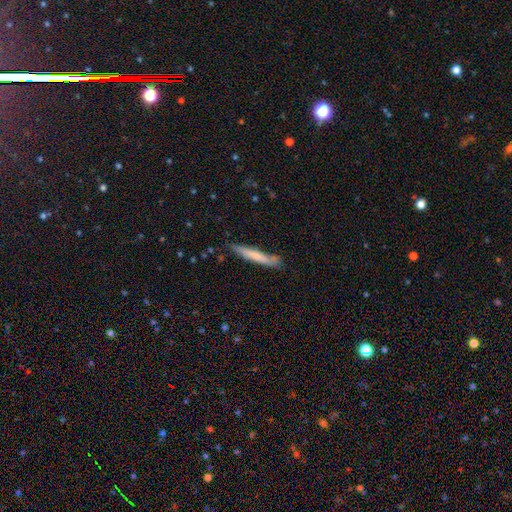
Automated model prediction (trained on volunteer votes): This appears to be a smooth galaxy with no disk features (69%) that is cigar-shaped (95%). Merging: none (78%).